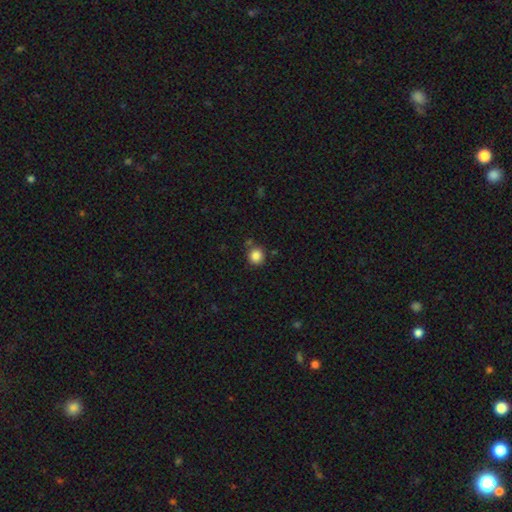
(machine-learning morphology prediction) Smooth or featured?
  - smooth: 85% *
  - star or artifact: 11%
  - featured or disk: 4%
How rounded?
  - round: 91% *
  - in between: 8%
  - cigar-shaped: 1%
Merging?
  - none: 83% *
  - minor disturbance: 9%
  - merger: 6%
  - major disturbance: 3%